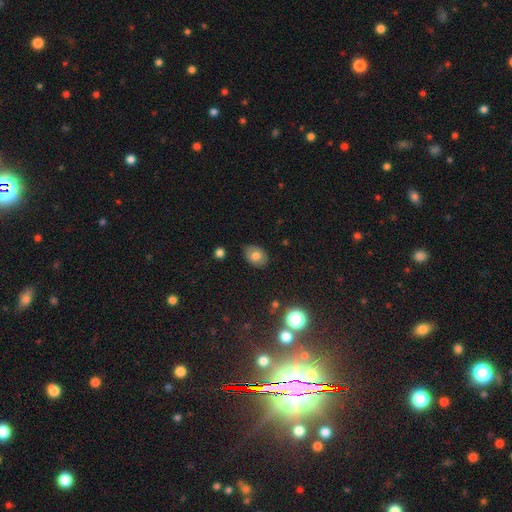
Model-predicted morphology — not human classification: A smooth galaxy with no disk features (75%) that is in between round and cigar-shaped (71%). Merging: none (83%).